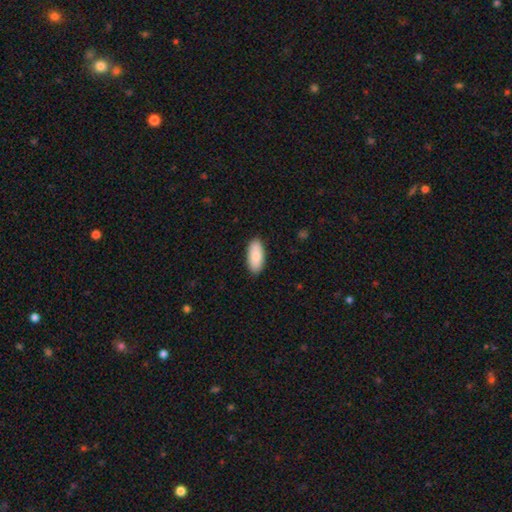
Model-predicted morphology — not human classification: Q: Smooth or featured?
A: smooth (86%); runner-up: featured or disk (9%)
Q: How rounded?
A: in between (91%); runner-up: cigar-shaped (8%)
Q: Merging?
A: none (89%); runner-up: minor disturbance (9%)